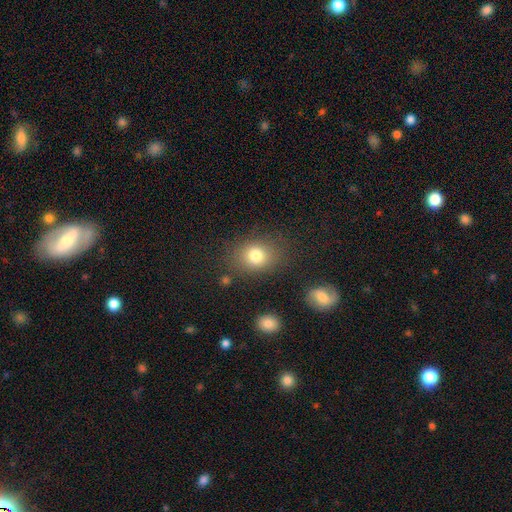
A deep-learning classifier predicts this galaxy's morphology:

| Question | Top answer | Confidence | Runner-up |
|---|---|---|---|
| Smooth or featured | smooth | 79% | star or artifact (12%) |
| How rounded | in between | 50% | round (49%) |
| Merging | none | 80% | minor disturbance (12%) |